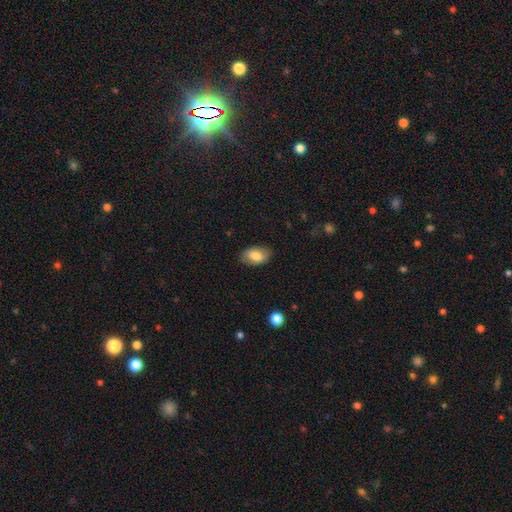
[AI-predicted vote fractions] A smooth galaxy with no disk features (72%) that is in between round and cigar-shaped (92%).

Vote fractions:
- Smooth or featured? smooth: 72% / featured or disk: 21% / star or artifact: 7%
- How rounded? in between: 92% / round: 6% / cigar-shaped: 2%
- Merging? none: 82% / minor disturbance: 14% / major disturbance: 4% / merger: 1%